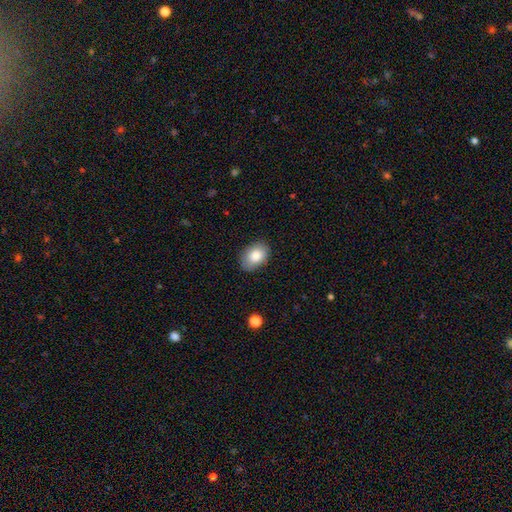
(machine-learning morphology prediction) Q: Smooth or featured?
A: smooth (84%); runner-up: featured or disk (9%)
Q: How rounded?
A: in between (82%); runner-up: round (17%)
Q: Merging?
A: none (85%); runner-up: minor disturbance (12%)